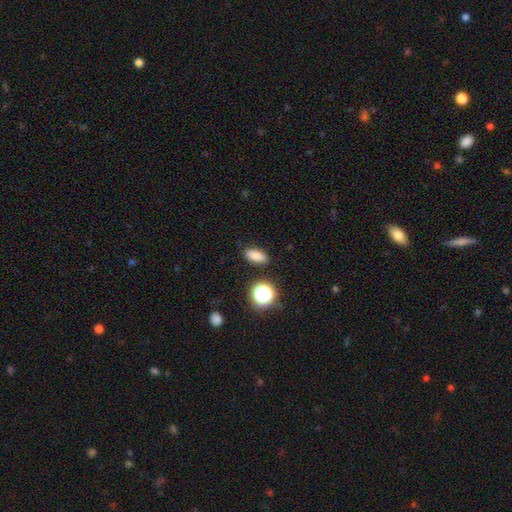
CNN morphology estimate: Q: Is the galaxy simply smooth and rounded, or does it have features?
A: smooth — 82%.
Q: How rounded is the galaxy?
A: in between — 81%.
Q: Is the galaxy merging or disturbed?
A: none — 87%.